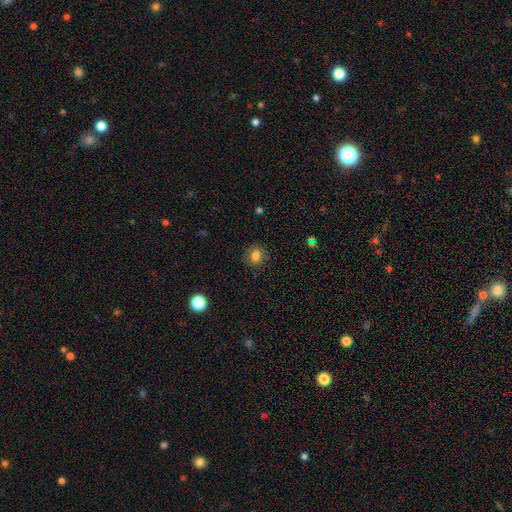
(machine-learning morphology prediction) The model was most divided on "how rounded": round: 64%, in between: 35%, cigar-shaped: 1%. More confident: merging — none (84%); smooth or featured — smooth (81%).